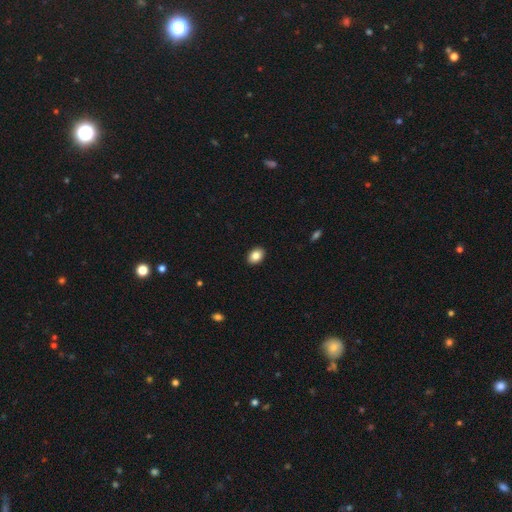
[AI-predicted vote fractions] Smooth or featured?
  - smooth: 85% *
  - star or artifact: 8%
  - featured or disk: 7%
How rounded?
  - in between: 76% *
  - round: 23%
  - cigar-shaped: 1%
Merging?
  - none: 91% *
  - minor disturbance: 6%
  - major disturbance: 2%
  - merger: 1%